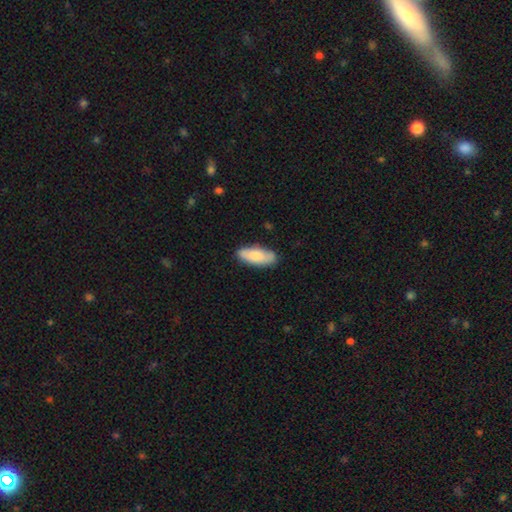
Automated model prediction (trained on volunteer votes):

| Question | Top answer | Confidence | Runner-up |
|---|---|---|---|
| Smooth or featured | smooth | 80% | featured or disk (15%) |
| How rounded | in between | 78% | cigar-shaped (20%) |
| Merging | none | 81% | minor disturbance (15%) |